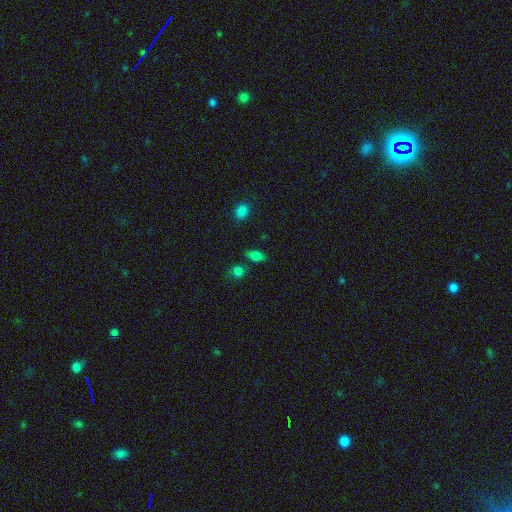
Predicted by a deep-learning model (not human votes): Smooth or featured?
  - smooth: 78% *
  - star or artifact: 12%
  - featured or disk: 10%
How rounded?
  - in between: 81% *
  - round: 13%
  - cigar-shaped: 6%
Merging?
  - none: 75% *
  - minor disturbance: 13%
  - merger: 9%
  - major disturbance: 4%